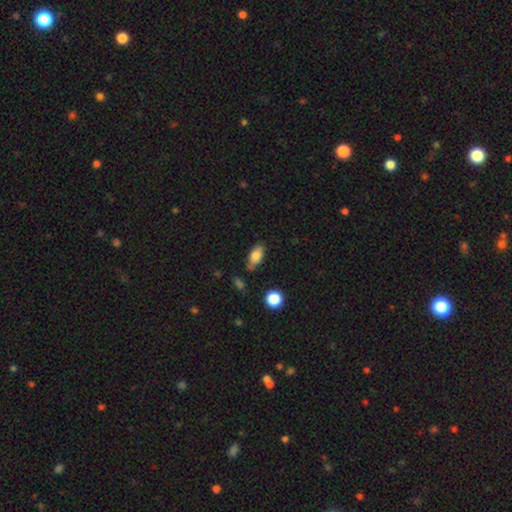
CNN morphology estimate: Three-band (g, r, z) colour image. It shows a smooth galaxy with no disk features (80%) that is in between round and cigar-shaped (88%). Merging: none (71%).